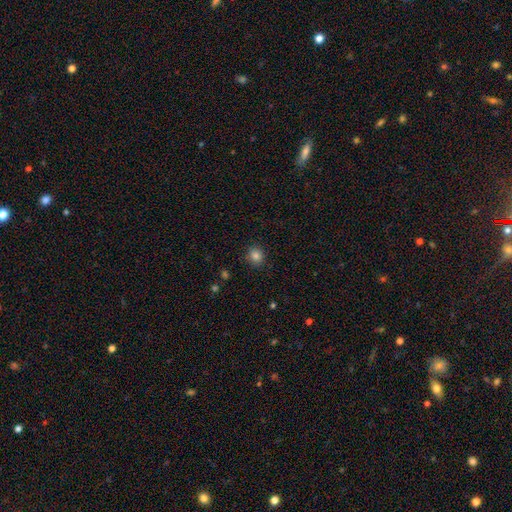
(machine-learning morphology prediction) Smooth or featured?
  - smooth: 83% *
  - star or artifact: 12%
  - featured or disk: 5%
How rounded?
  - round: 85% *
  - in between: 14%
  - cigar-shaped: 1%
Merging?
  - none: 89% *
  - minor disturbance: 8%
  - major disturbance: 2%
  - merger: 1%